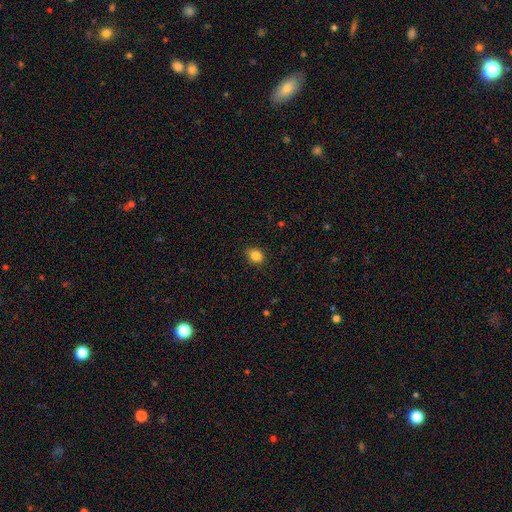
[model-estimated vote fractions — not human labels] Overall: smooth (85%). How rounded: in between (51%; round 48%). Merging: none (85%).